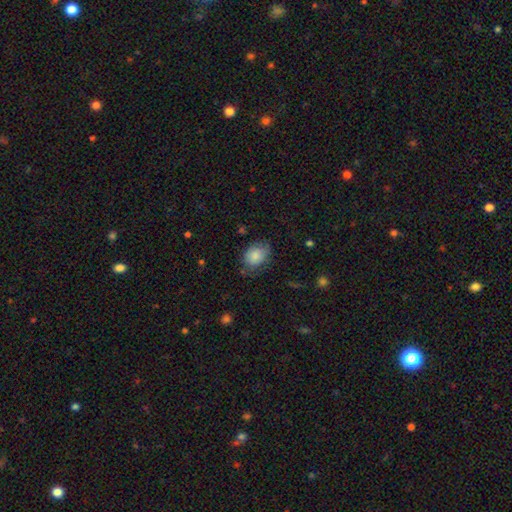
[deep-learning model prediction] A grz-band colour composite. It shows a smooth galaxy with no disk features (81%) that is in between round and cigar-shaped (66%). Merging: none (64%).